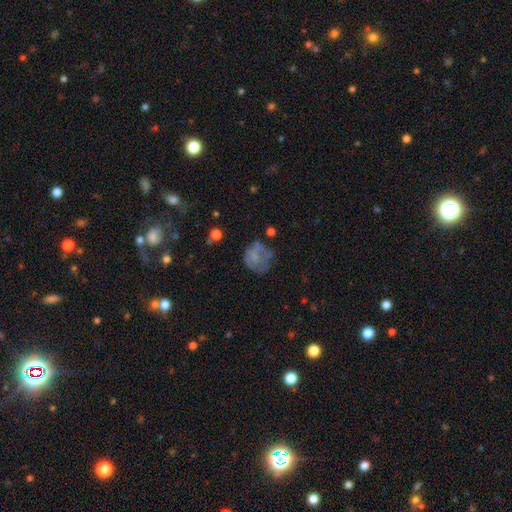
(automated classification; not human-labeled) Morphology: type=smooth (51%); roundness=round (76%); merging=none (45%).